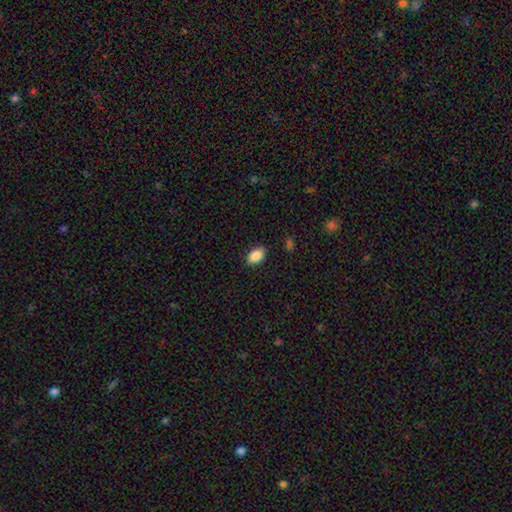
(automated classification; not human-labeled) Overall: smooth (88%). How rounded: in between (89%). Merging: none (88%).